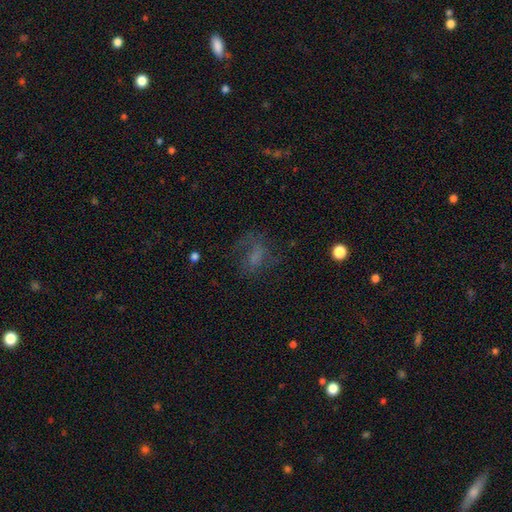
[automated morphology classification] Smooth or featured? smooth (42%)
Merging? none (50%)